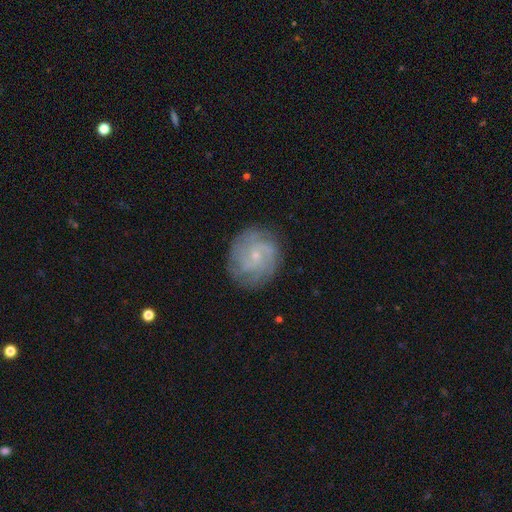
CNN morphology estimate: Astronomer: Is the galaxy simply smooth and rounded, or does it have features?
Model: featured or disk — 77%.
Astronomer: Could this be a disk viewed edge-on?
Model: no — 98%.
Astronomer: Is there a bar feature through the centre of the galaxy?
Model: no — 72%.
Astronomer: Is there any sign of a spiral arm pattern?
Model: yes — 94%.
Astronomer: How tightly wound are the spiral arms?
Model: tight — 60%.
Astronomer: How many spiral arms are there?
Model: can't tell — 34% (runner-up: 3, 18%).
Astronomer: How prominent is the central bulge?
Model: small — 81%.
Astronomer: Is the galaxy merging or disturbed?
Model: none — 81%.